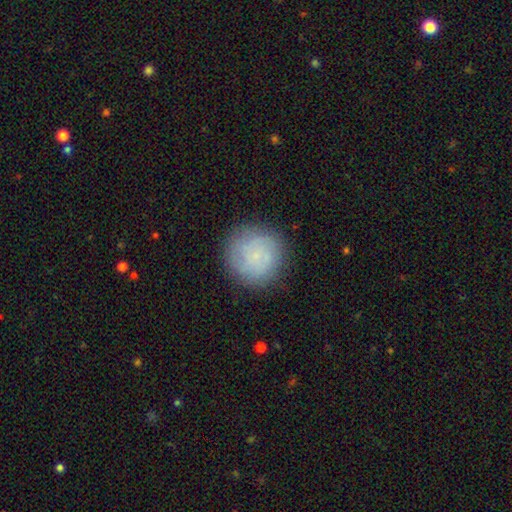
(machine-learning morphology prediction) Smooth or featured? Predicted: smooth (p=0.60). How rounded? Predicted: round (p=0.93). Merging? Predicted: none (p=0.84).